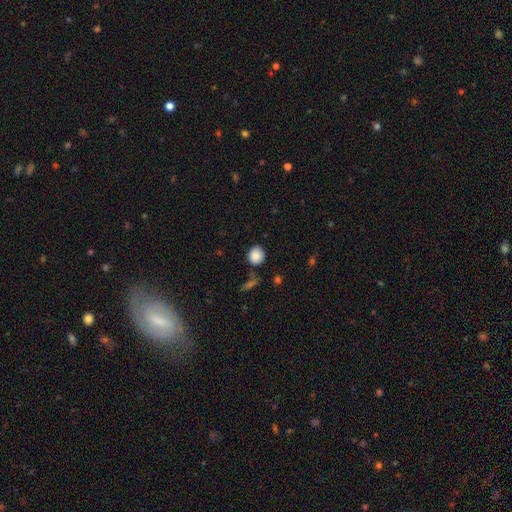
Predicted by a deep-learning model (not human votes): smooth 87%, star or artifact 8%, featured or disk 5%. Down the decision tree: how rounded — round (71%); merging — none (77%).